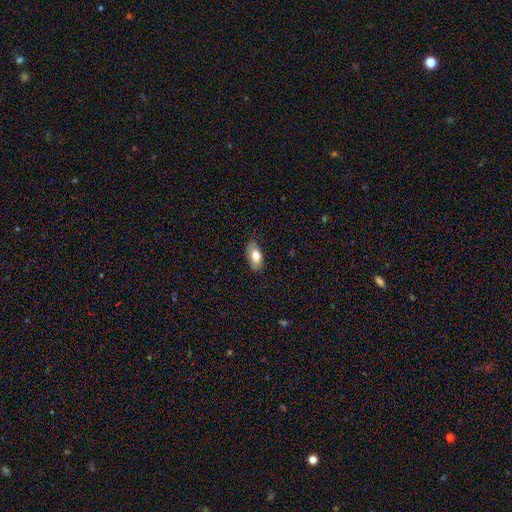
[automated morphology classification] This appears to be a smooth galaxy with no disk features (76%) that is in between round and cigar-shaped (90%). Merging: none (81%).